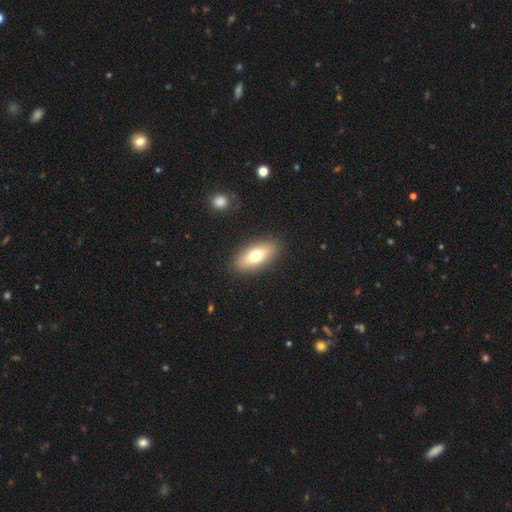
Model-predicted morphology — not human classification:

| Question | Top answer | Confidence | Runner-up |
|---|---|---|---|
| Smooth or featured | smooth | 70% | featured or disk (23%) |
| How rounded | in between | 83% | cigar-shaped (13%) |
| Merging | none | 88% | minor disturbance (8%) |